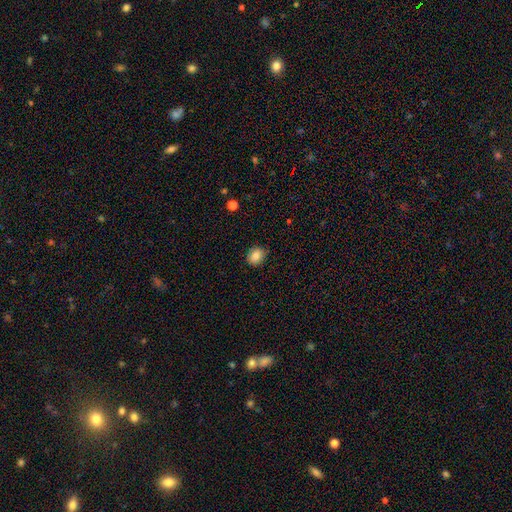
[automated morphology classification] A smooth galaxy with no disk features (83%) that is round (64%).

Vote fractions:
- Smooth or featured? smooth: 83% / star or artifact: 9% / featured or disk: 8%
- How rounded? round: 64% / in between: 35% / cigar-shaped: 1%
- Merging? none: 87% / minor disturbance: 10% / major disturbance: 2% / merger: 1%